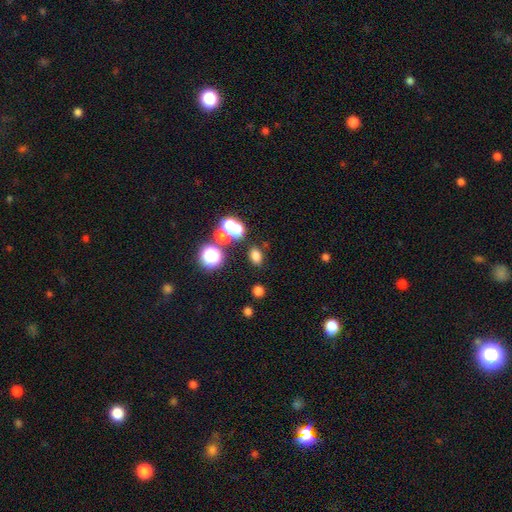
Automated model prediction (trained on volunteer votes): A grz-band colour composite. It shows a smooth galaxy with no disk features (73%) that is in between round and cigar-shaped (68%). Merging: none (75%).